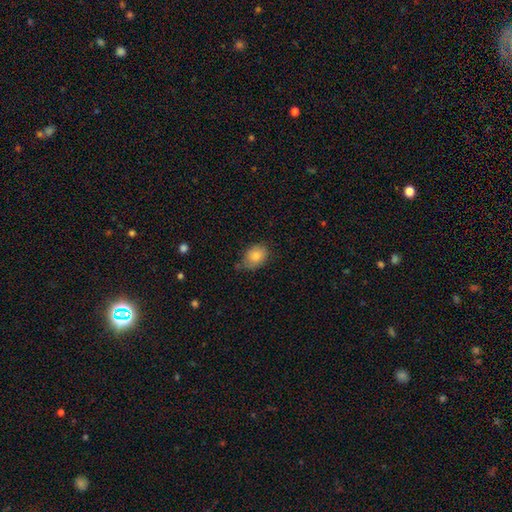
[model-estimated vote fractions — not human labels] This appears to be a smooth galaxy with no disk features (82%) that is in between round and cigar-shaped (70%). Merging: none (66%).